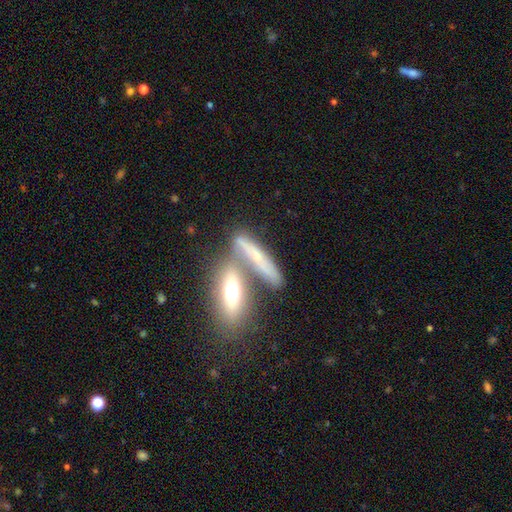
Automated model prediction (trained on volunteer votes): Overall: smooth (49%; featured or disk 42%). Merging: none (45%; merger 39%).